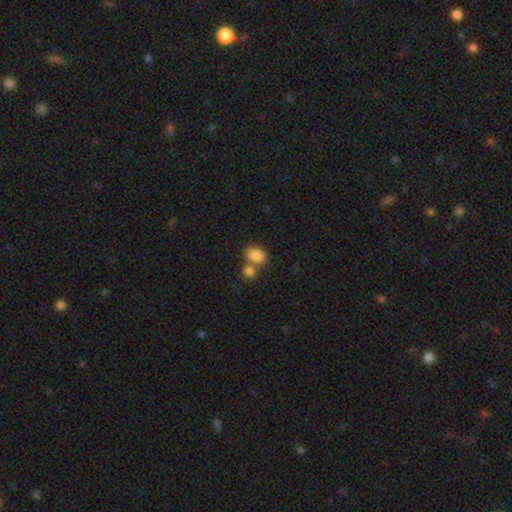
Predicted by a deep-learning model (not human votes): A smooth galaxy with no disk features (85%) that is in between round and cigar-shaped (71%).

Vote fractions:
- Smooth or featured? smooth: 85% / star or artifact: 9% / featured or disk: 6%
- How rounded? in between: 71% / round: 28% / cigar-shaped: 1%
- Merging? none: 45% / merger: 40% / minor disturbance: 11% / major disturbance: 4%